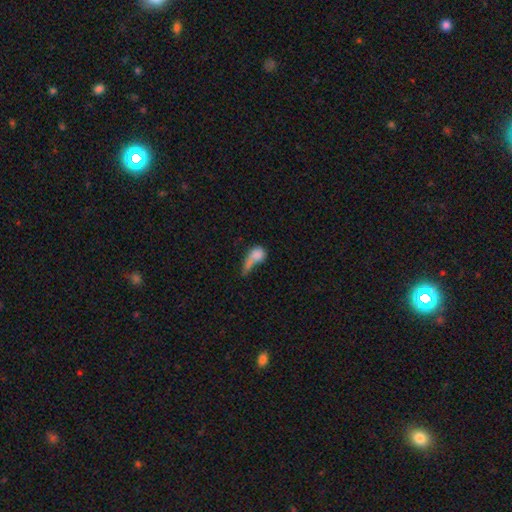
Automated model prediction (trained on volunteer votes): Smooth or featured?
  - smooth: 72% *
  - featured or disk: 18%
  - star or artifact: 10%
How rounded?
  - in between: 47% *
  - round: 42%
  - cigar-shaped: 11%
Merging?
  - merger: 32% *
  - major disturbance: 31%
  - none: 22%
  - minor disturbance: 16%